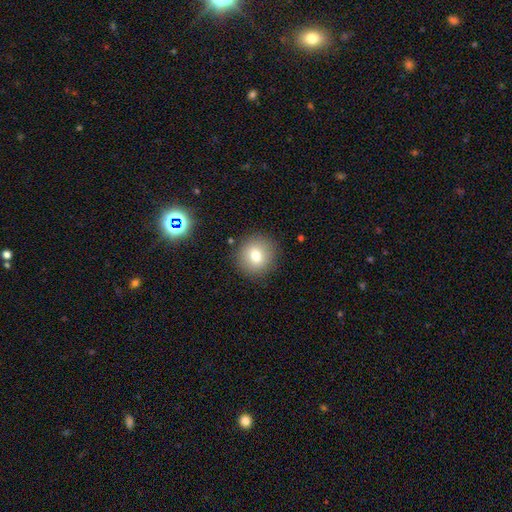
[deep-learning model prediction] A smooth galaxy with no disk features (76%) that is round (92%).

Vote fractions:
- Smooth or featured? smooth: 76% / featured or disk: 12% / star or artifact: 12%
- How rounded? round: 92% / in between: 7% / cigar-shaped: 1%
- Merging? none: 89% / minor disturbance: 7% / major disturbance: 3% / merger: 2%